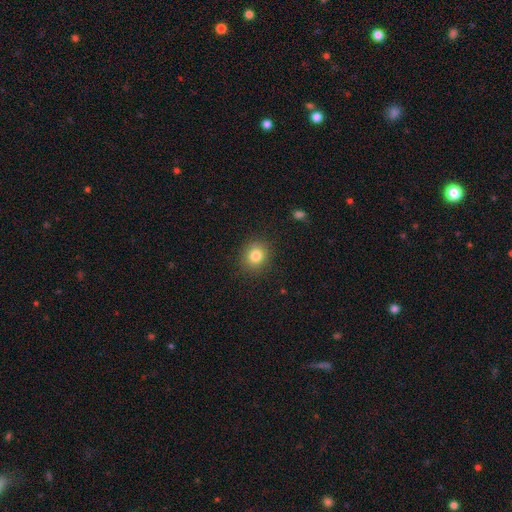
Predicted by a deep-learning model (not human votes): Smooth or featured: smooth — 82% (star or artifact — 11%)
How rounded: round — 76% (in between — 23%)
Merging: none — 88% (minor disturbance — 8%)